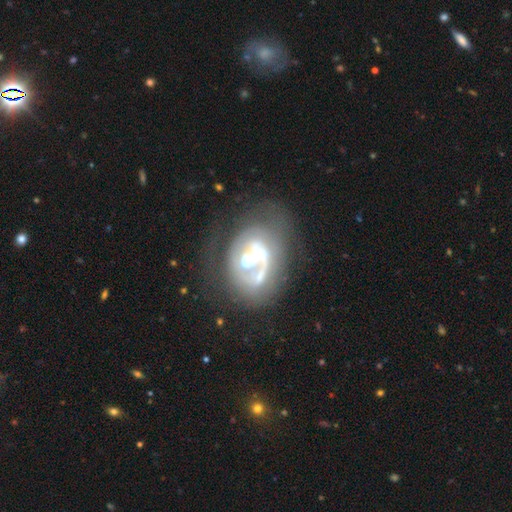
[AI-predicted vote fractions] smooth-or-featured: featured or disk: 75% | smooth: 15% | star or artifact: 11%
  disk-edge-on: no: 96% | yes: 4%
    bar: no: 44% | weak: 30% | strong: 26%
    has-spiral-arms: yes: 53% | no: 47%
    bulge-size: moderate: 38% | small: 25% | none: 19% | large: 14% | dominant: 4%
  merging: none: 41% | major disturbance: 30% | minor disturbance: 19% | merger: 11%